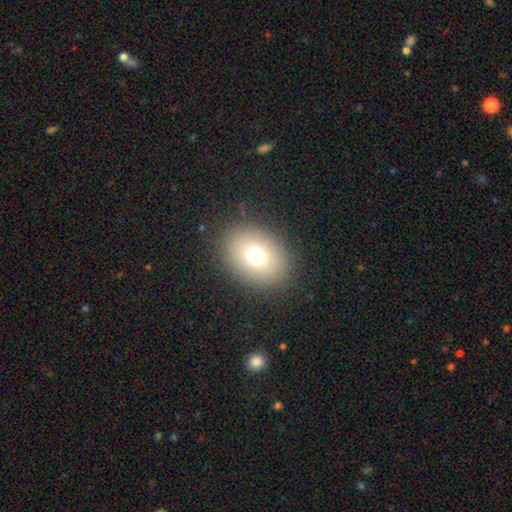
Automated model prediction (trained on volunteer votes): Smooth or featured?
  - smooth: 72% *
  - star or artifact: 15%
  - featured or disk: 13%
How rounded?
  - in between: 60% *
  - round: 39%
  - cigar-shaped: 1%
Merging?
  - none: 87% *
  - minor disturbance: 8%
  - major disturbance: 4%
  - merger: 1%